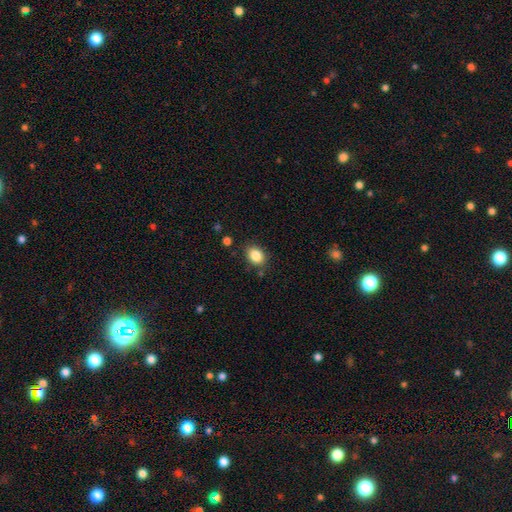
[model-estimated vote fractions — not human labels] A smooth galaxy with no disk features (85%) that is in between round and cigar-shaped (69%).

Vote fractions:
- Smooth or featured? smooth: 85% / star or artifact: 9% / featured or disk: 6%
- How rounded? in between: 69% / round: 30% / cigar-shaped: 1%
- Merging? none: 82% / minor disturbance: 12% / major disturbance: 3% / merger: 3%